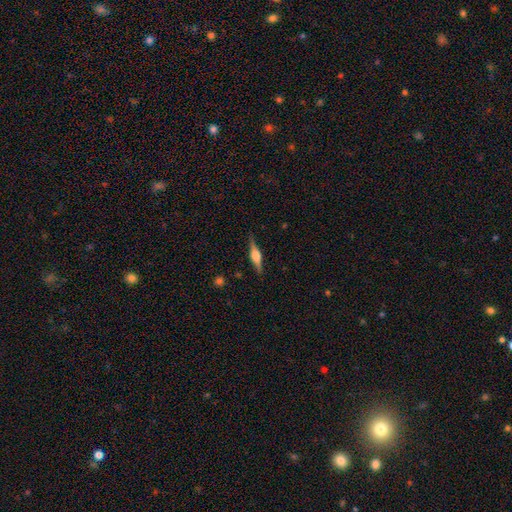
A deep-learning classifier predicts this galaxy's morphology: smooth_or_featured: featured or disk (p=0.73) [alt: smooth p=0.21]
disk_edge_on: yes (p=0.98) [alt: no p=0.02]
edge_on_bulge: rounded (p=0.85) [alt: boxy p=0.13]
merging: none (p=0.88) [alt: minor disturbance p=0.09]